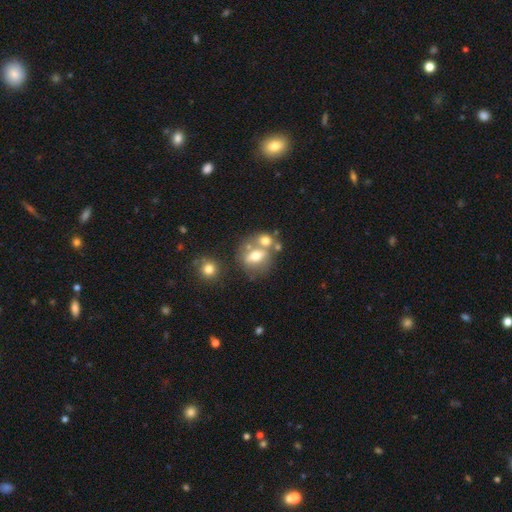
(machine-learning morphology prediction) Overall: smooth (59%; featured or disk 30%). How rounded: in between (52%; round 45%). Merging: none (45%; merger 37%).